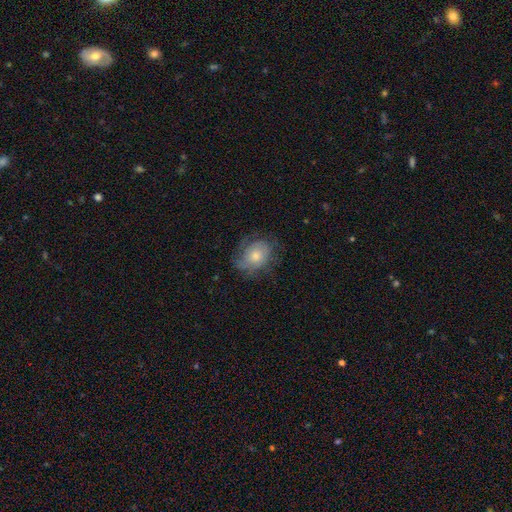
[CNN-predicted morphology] Smooth or featured: featured or disk — 48% (smooth — 44%)
Merging: none — 60% (minor disturbance — 24%)